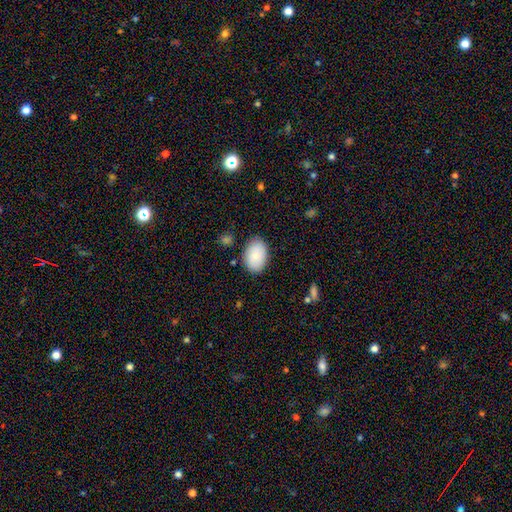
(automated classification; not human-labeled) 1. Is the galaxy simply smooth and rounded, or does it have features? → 86% smooth, 8% featured or disk, 6% star or artifact.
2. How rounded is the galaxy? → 89% in between, 10% round, 1% cigar-shaped.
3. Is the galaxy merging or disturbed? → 84% none, 11% minor disturbance, 3% major disturbance, 2% merger.